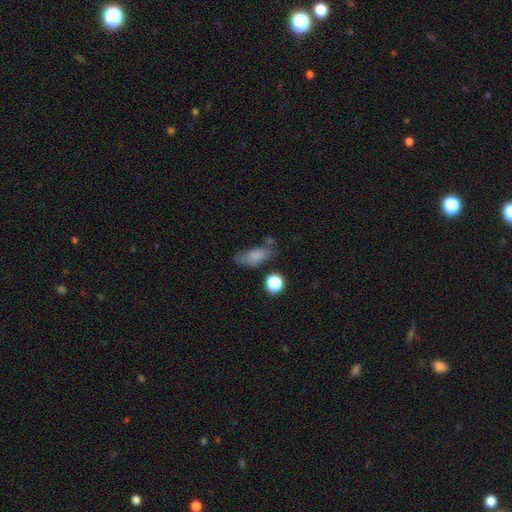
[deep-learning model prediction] Smooth or featured: smooth — 77% (featured or disk — 12%)
How rounded: in between — 81% (cigar-shaped — 11%)
Merging: none — 51% (minor disturbance — 27%)